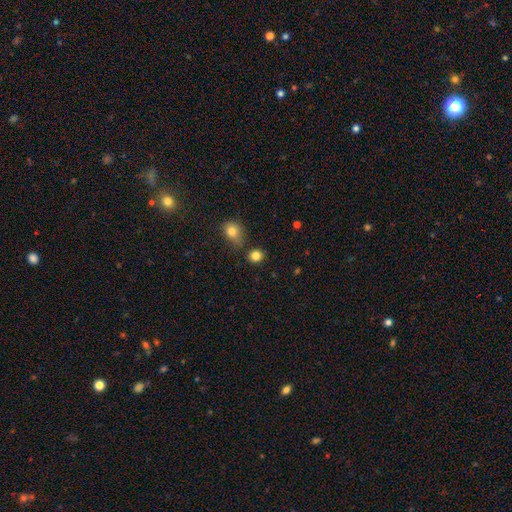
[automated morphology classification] Smooth or featured: smooth — 84% (star or artifact — 12%)
How rounded: round — 81% (in between — 18%)
Merging: none — 78% (minor disturbance — 12%)